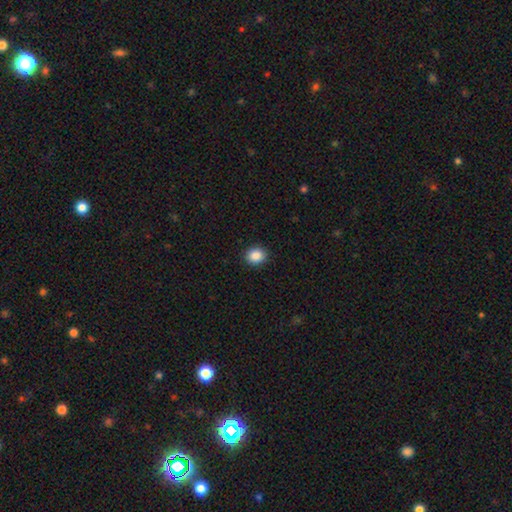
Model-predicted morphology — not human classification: smooth_or_featured: smooth (p=0.88) [alt: star or artifact p=0.09]
how_rounded: round (p=0.72) [alt: in between p=0.27]
merging: none (p=0.91) [alt: minor disturbance p=0.06]